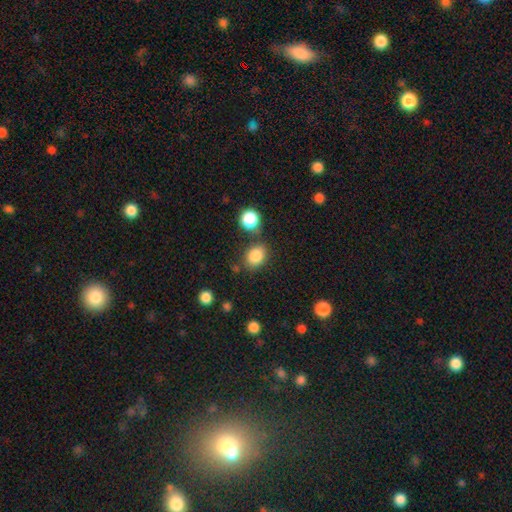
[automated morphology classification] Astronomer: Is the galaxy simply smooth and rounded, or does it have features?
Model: smooth — 85%.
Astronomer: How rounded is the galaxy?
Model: in between — 61% (runner-up: round, 38%).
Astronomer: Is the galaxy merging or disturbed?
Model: none — 70%.